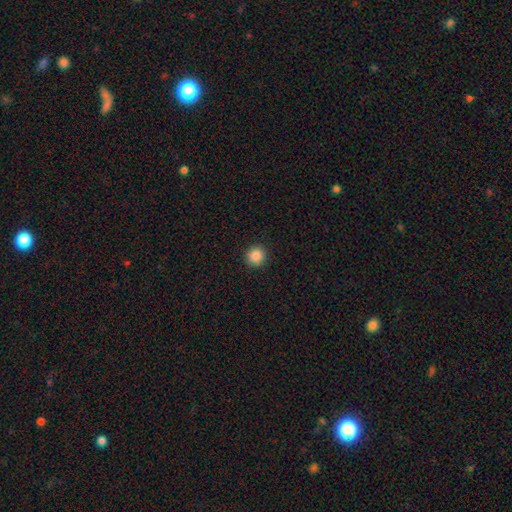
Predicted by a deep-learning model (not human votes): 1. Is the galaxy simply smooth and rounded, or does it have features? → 87% smooth, 10% star or artifact, 3% featured or disk.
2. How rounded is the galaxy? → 93% round, 6% in between, 1% cigar-shaped.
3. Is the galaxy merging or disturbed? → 91% none, 6% minor disturbance, 2% major disturbance, 1% merger.